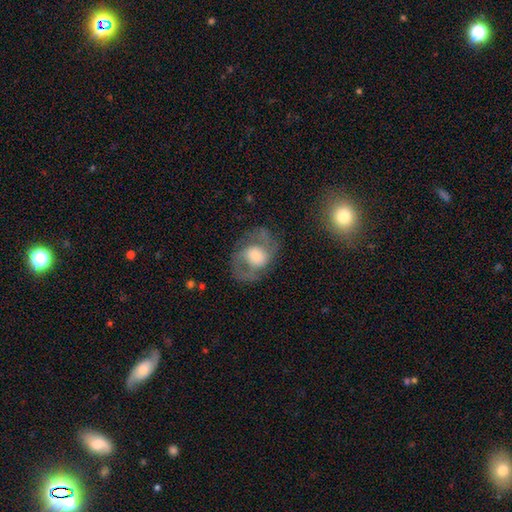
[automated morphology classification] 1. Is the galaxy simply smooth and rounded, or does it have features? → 67% featured or disk, 26% smooth, 7% star or artifact.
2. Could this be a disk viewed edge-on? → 96% no, 4% yes.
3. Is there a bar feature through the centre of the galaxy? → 63% no, 29% weak, 8% strong.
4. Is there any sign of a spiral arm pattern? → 79% yes, 21% no.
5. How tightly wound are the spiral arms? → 52% medium, 29% loose, 19% tight.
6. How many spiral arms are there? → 82% 2, 9% can't tell, 4% 1, 3% 3, 1% 4, 1% more than 4.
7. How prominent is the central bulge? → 47% moderate, 24% large, 22% small, 3% dominant, 2% none.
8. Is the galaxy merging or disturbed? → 62% none, 18% major disturbance, 18% minor disturbance, 2% merger.